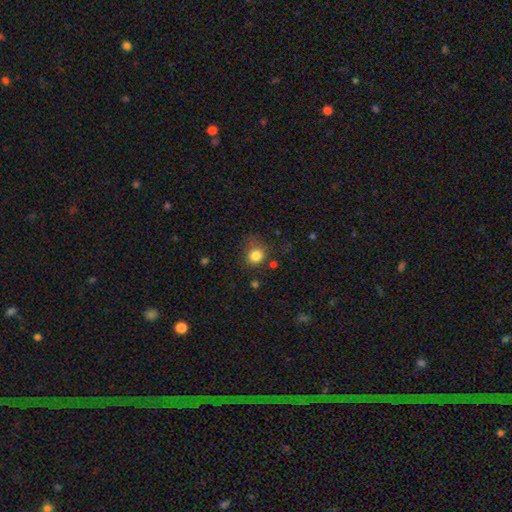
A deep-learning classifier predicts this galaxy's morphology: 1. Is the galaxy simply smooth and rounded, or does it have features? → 83% smooth, 12% star or artifact, 5% featured or disk.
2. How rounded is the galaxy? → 83% round, 16% in between, 1% cigar-shaped.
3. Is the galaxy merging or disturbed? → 69% none, 20% minor disturbance, 8% major disturbance, 4% merger.